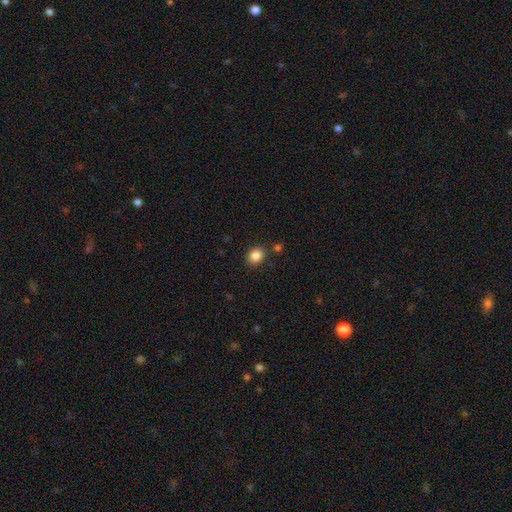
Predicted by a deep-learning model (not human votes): A smooth galaxy with no disk features (85%) that is round (58%).

Vote fractions:
- Smooth or featured? smooth: 85% / star or artifact: 10% / featured or disk: 5%
- How rounded? round: 58% / in between: 41% / cigar-shaped: 1%
- Merging? none: 84% / minor disturbance: 9% / merger: 5% / major disturbance: 3%